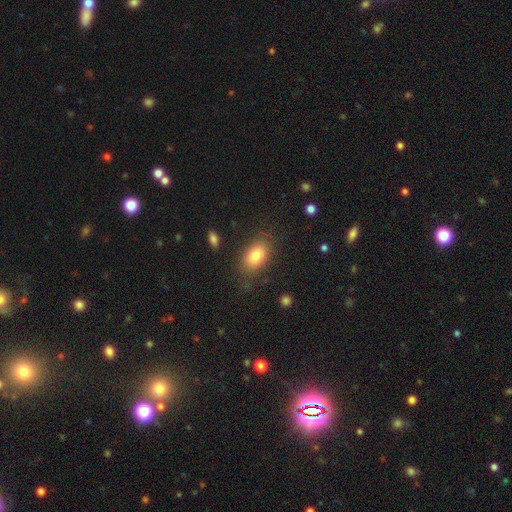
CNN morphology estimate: This appears to be a smooth galaxy with no disk features (79%) that is in between round and cigar-shaped (87%). Merging: none (79%).